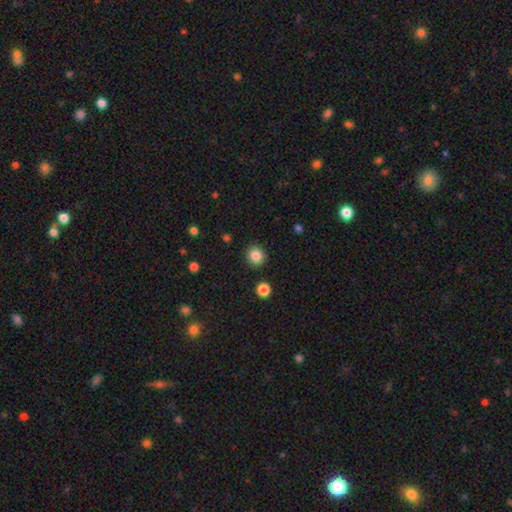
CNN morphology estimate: Overall: smooth (85%). How rounded: round (84%). Merging: none (90%).